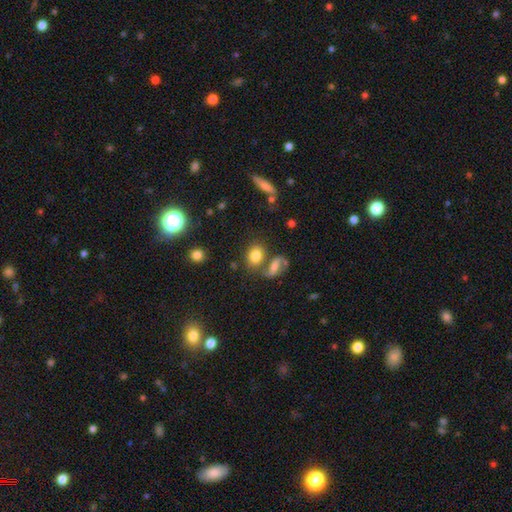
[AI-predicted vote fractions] smooth 75%, featured or disk 14%, star or artifact 11%. Down the decision tree: how rounded — in between (52%); merging — none (58%).